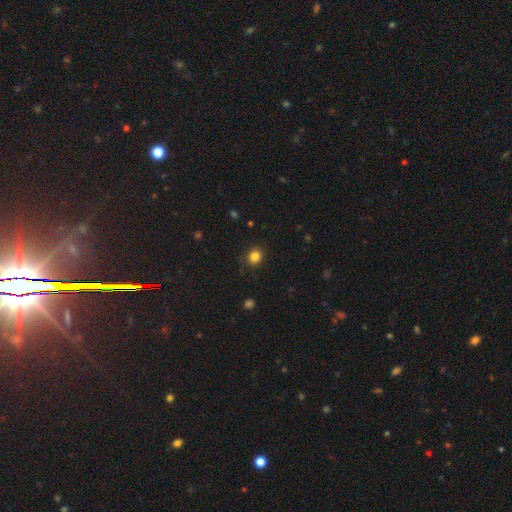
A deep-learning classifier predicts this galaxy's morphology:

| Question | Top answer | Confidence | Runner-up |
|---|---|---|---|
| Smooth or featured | smooth | 83% | star or artifact (12%) |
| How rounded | round | 80% | in between (19%) |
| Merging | none | 85% | minor disturbance (10%) |